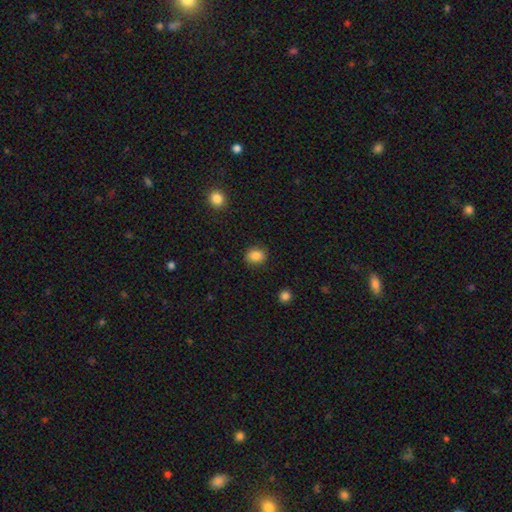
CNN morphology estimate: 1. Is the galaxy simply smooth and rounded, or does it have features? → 86% smooth, 9% star or artifact, 5% featured or disk.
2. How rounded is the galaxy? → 60% round, 39% in between, 1% cigar-shaped.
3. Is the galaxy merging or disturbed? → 88% none, 8% minor disturbance, 2% major disturbance, 1% merger.